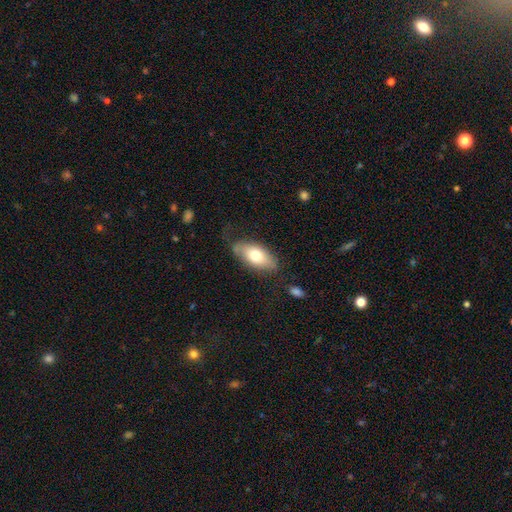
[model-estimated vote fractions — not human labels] smooth-or-featured: smooth: 69% | featured or disk: 24% | star or artifact: 7%
  how-rounded: in between: 89% | cigar-shaped: 7% | round: 4%
  merging: none: 67% | minor disturbance: 23% | major disturbance: 7% | merger: 3%